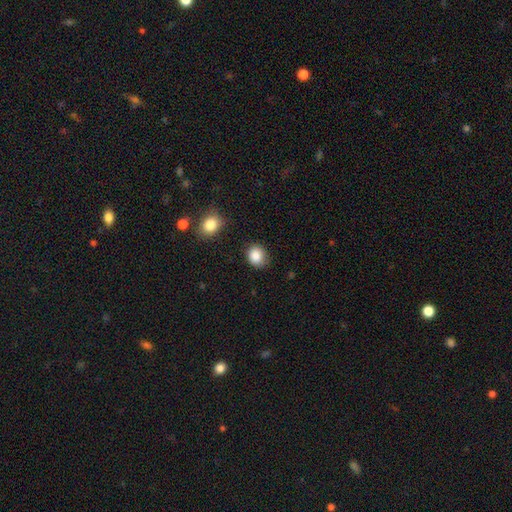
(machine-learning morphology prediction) The model was most divided on "how rounded": round: 66%, in between: 33%, cigar-shaped: 1%. More confident: smooth or featured — smooth (87%); merging — none (79%).